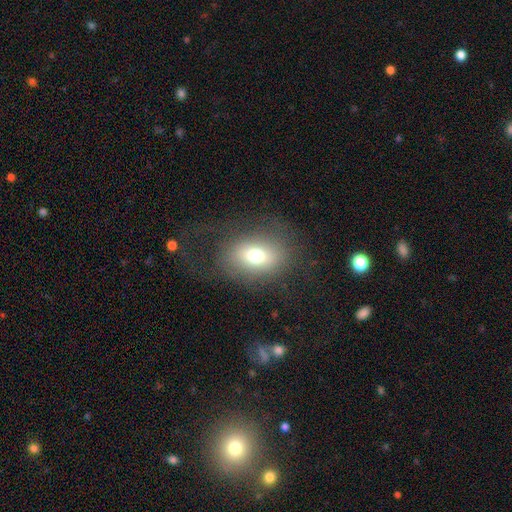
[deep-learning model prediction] smooth 70%, featured or disk 17%, star or artifact 13%. Down the decision tree: how rounded — in between (61%); merging — none (70%).